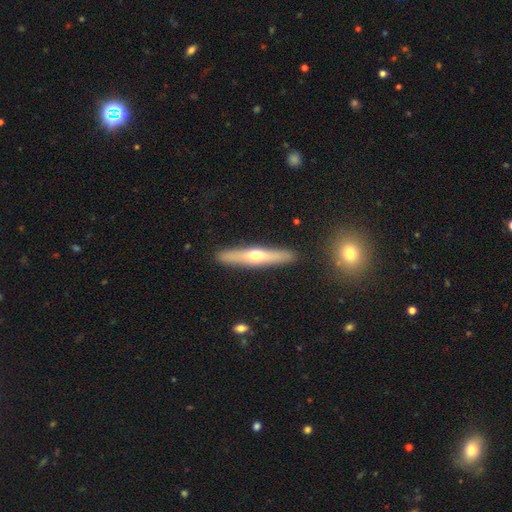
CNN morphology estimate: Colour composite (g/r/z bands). It shows a featured or disk galaxy (53%) viewed edge-on (91%). Merging: none (90%).